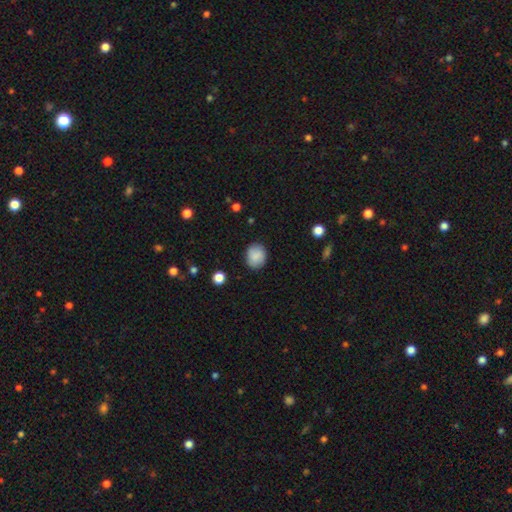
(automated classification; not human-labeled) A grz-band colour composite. It shows a smooth galaxy with no disk features (84%) that is round (65%). Merging: none (85%).